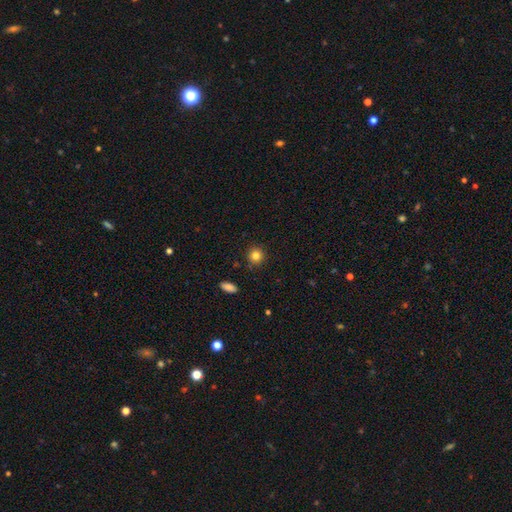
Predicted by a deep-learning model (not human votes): Smooth or featured? smooth (83%)
How rounded? round (91%)
Merging? none (90%)